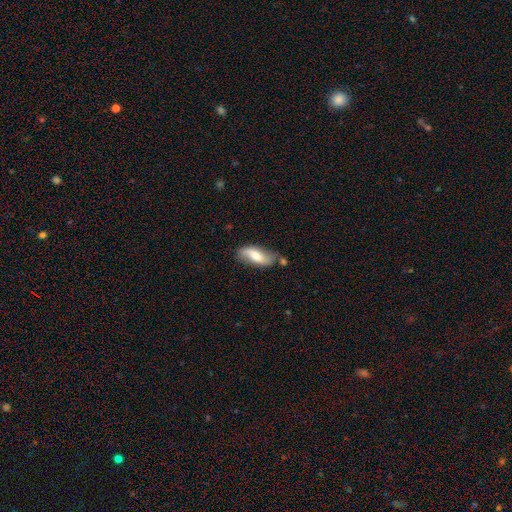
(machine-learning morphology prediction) smooth_or_featured: smooth (p=0.54) [alt: featured or disk p=0.40]
how_rounded: in between (p=0.76) [alt: cigar-shaped p=0.21]
merging: none (p=0.61) [alt: minor disturbance p=0.24]